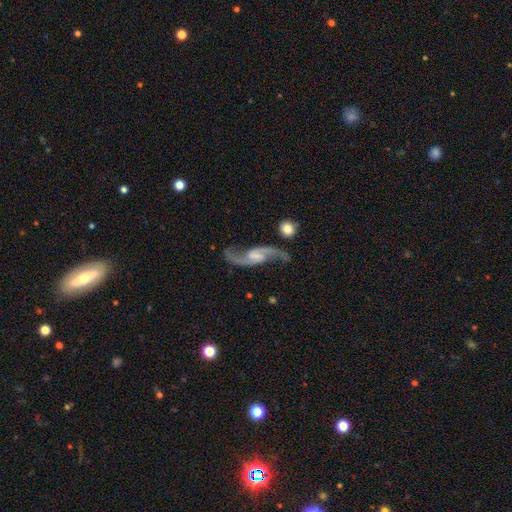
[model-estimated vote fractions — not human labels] This appears to be a featured or disk galaxy (91%) with a weak bar (50%), 2 (94%) loose (77%) spiral arms (97%) and a small central bulge (35%). Merging: none (76%).